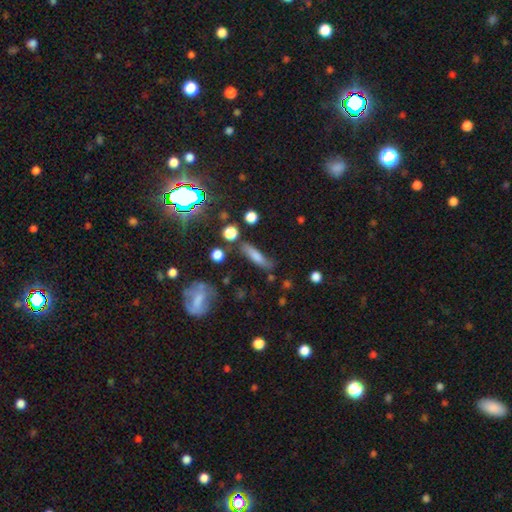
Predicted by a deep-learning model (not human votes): smooth_or_featured: smooth (p=0.50) [alt: featured or disk p=0.30]
merging: none (p=0.71) [alt: minor disturbance p=0.18]